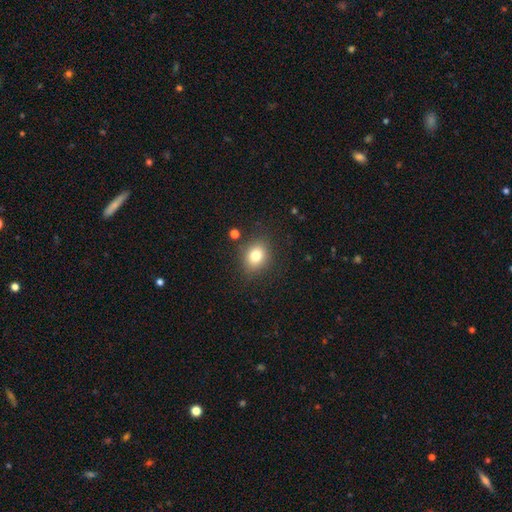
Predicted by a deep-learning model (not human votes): This is likely a smooth galaxy (79%). How rounded: possibly round (56%). Merging: clearly none (84%).